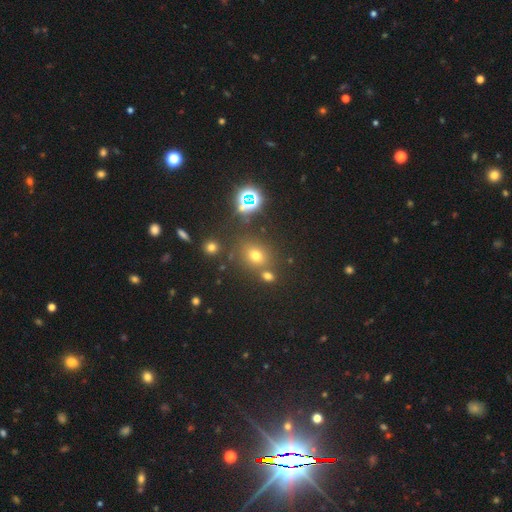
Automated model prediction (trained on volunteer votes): Smooth or featured: smooth — 57% (star or artifact — 33%)
How rounded: round — 67% (in between — 32%)
Merging: none — 70% (merger — 14%)